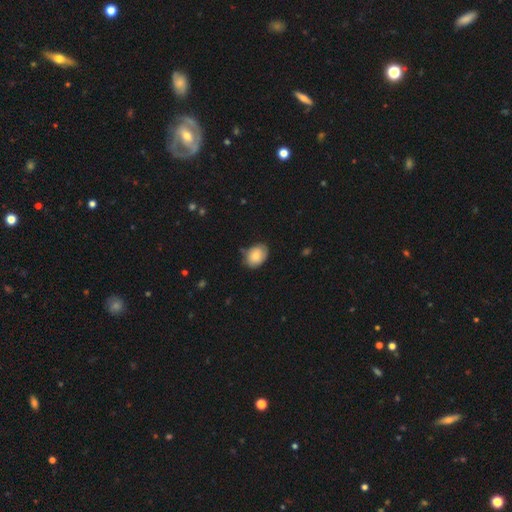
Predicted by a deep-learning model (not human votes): Q: Smooth or featured?
A: smooth (81%); runner-up: featured or disk (12%)
Q: How rounded?
A: in between (74%); runner-up: round (25%)
Q: Merging?
A: none (69%); runner-up: minor disturbance (24%)